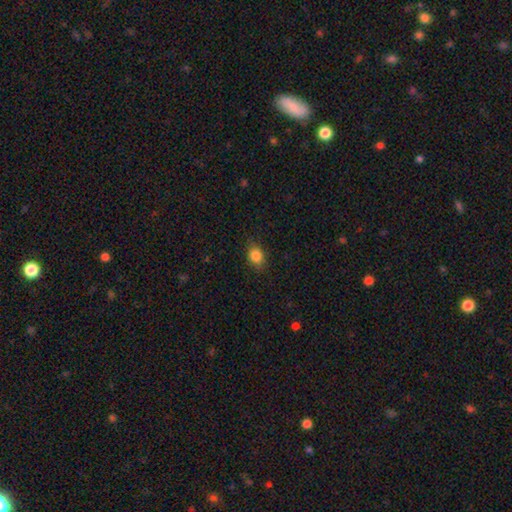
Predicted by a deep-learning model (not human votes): The model was most divided on "how rounded": in between: 51%, round: 47%, cigar-shaped: 1%. More confident: smooth or featured — smooth (84%); merging — none (82%).